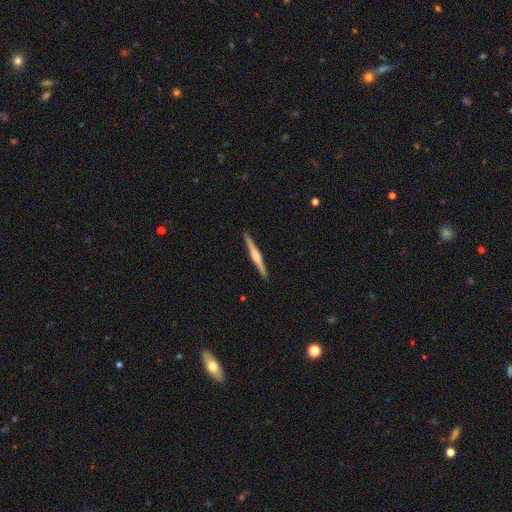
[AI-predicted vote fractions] Q: Smooth or featured?
A: featured or disk (69%); runner-up: smooth (26%)
Q: Edge-on disk?
A: yes (98%); runner-up: no (2%)
Q: Edge-on bulge?
A: rounded (75%); runner-up: boxy (15%)
Q: Merging?
A: none (92%); runner-up: minor disturbance (6%)